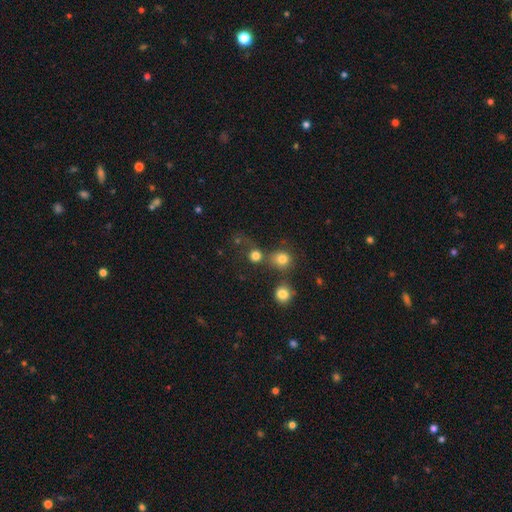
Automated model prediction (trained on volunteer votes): smooth 78%, star or artifact 15%, featured or disk 7%. Down the decision tree: how rounded — round (89%); merging — none (57%).